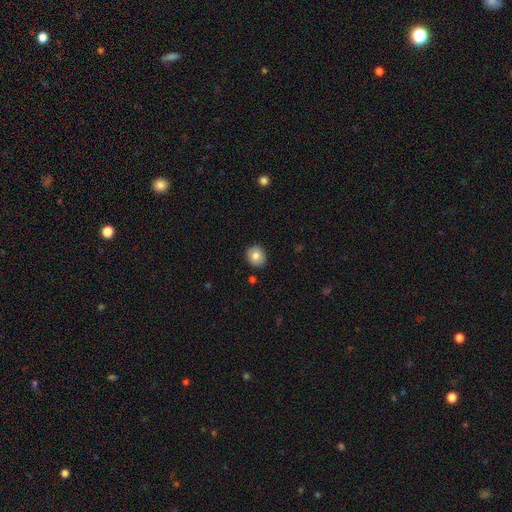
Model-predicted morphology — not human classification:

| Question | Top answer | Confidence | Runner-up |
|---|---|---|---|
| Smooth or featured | smooth | 81% | featured or disk (11%) |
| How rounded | round | 82% | in between (17%) |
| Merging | none | 90% | minor disturbance (7%) |